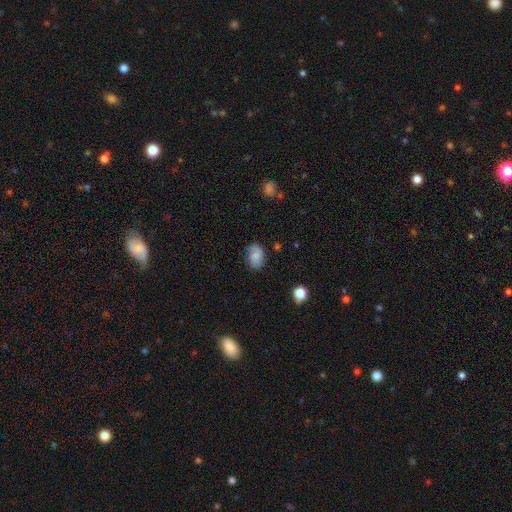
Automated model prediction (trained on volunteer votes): Smooth or featured: smooth — 59% (featured or disk — 31%)
How rounded: in between — 77% (round — 21%)
Merging: none — 69% (minor disturbance — 23%)